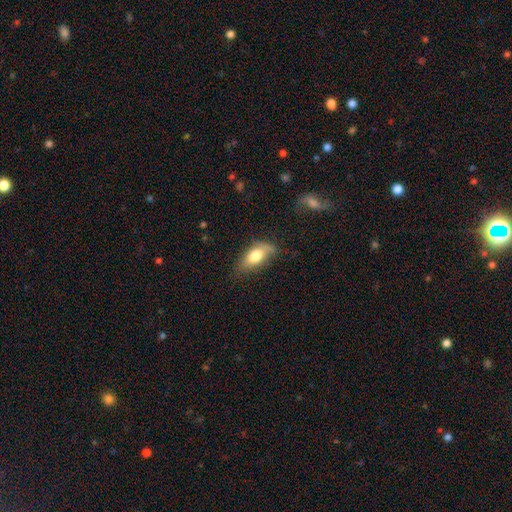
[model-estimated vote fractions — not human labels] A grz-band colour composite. It shows a smooth galaxy with no disk features (72%) that is in between round and cigar-shaped (83%). Merging: none (56%).